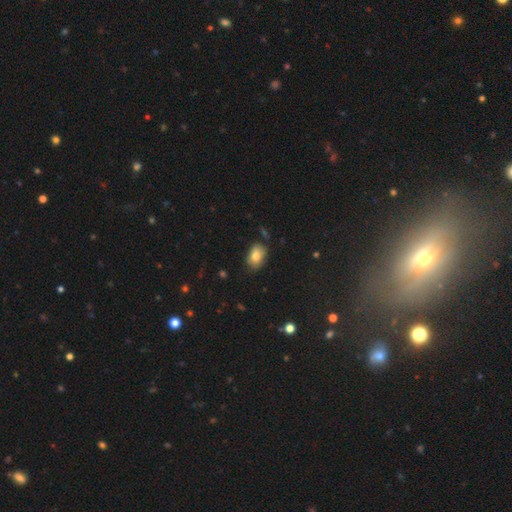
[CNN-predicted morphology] Q: Smooth or featured?
A: smooth (80%); runner-up: featured or disk (11%)
Q: How rounded?
A: in between (83%); runner-up: round (16%)
Q: Merging?
A: none (71%); runner-up: minor disturbance (23%)